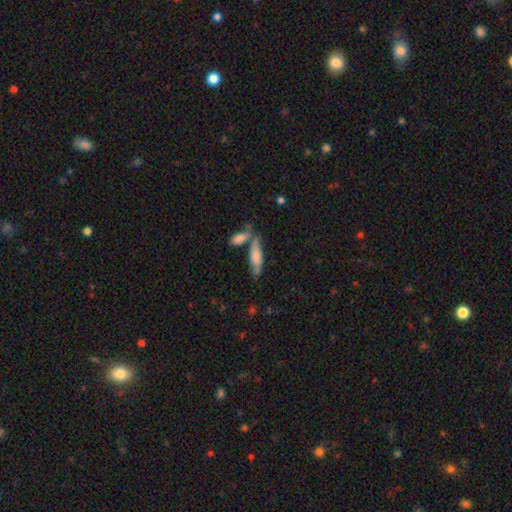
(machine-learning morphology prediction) type=smooth (63%); roundness=cigar-shaped (59%); merging=none (57%).